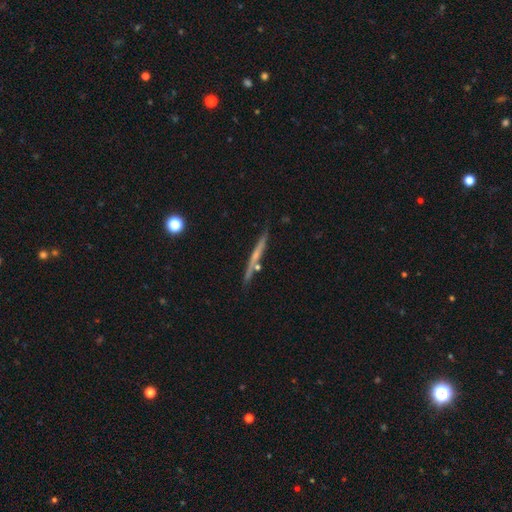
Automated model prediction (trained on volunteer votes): featured or disk 59%, smooth 34%, star or artifact 7%. Down the decision tree: edge-on disk — yes (96%); edge-on bulge — none (59%); merging — none (81%).